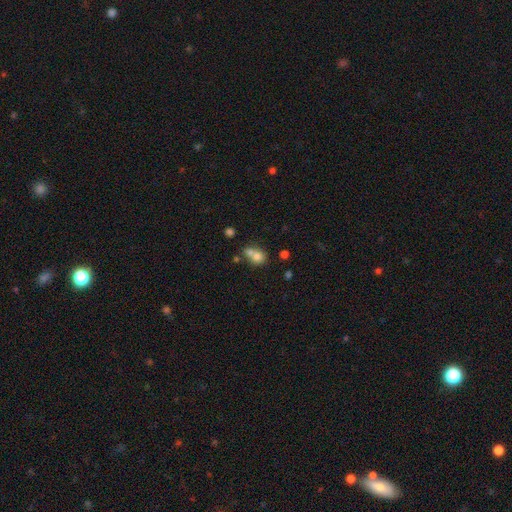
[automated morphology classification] Q: Smooth or featured?
A: smooth (73%); runner-up: featured or disk (14%)
Q: How rounded?
A: round (74%); runner-up: in between (25%)
Q: Merging?
A: merger (55%); runner-up: none (34%)